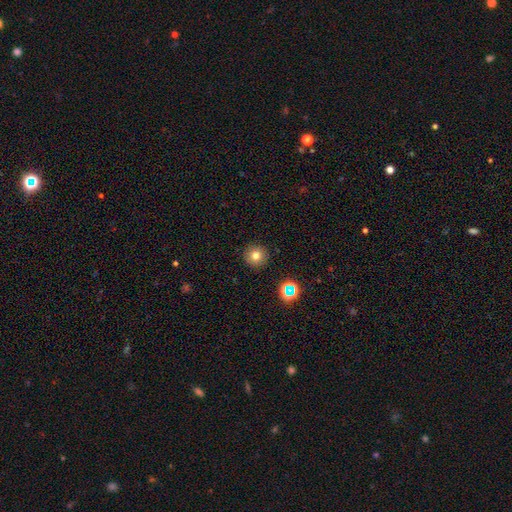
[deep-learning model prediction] Smooth or featured?
  - smooth: 76% *
  - star or artifact: 15%
  - featured or disk: 9%
How rounded?
  - round: 95% *
  - in between: 4%
  - cigar-shaped: 1%
Merging?
  - none: 91% *
  - minor disturbance: 5%
  - major disturbance: 2%
  - merger: 1%